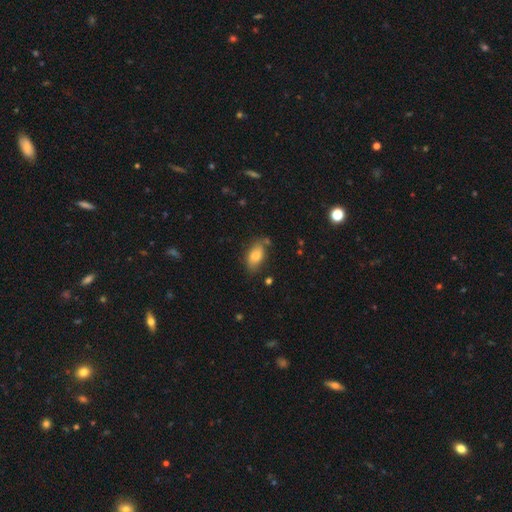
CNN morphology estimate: A smooth galaxy with no disk features (78%) that is in between round and cigar-shaped (90%).

Vote fractions:
- Smooth or featured? smooth: 78% / featured or disk: 14% / star or artifact: 8%
- How rounded? in between: 90% / round: 5% / cigar-shaped: 5%
- Merging? none: 69% / minor disturbance: 21% / merger: 6% / major disturbance: 5%